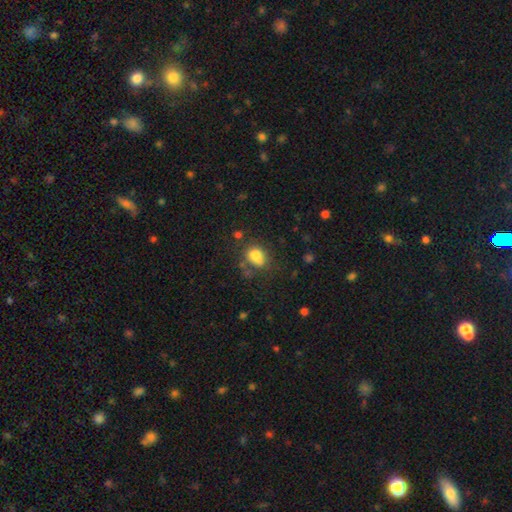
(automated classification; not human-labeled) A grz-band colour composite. It shows a smooth galaxy with no disk features (80%) that is in between round and cigar-shaped (62%). Merging: none (57%).